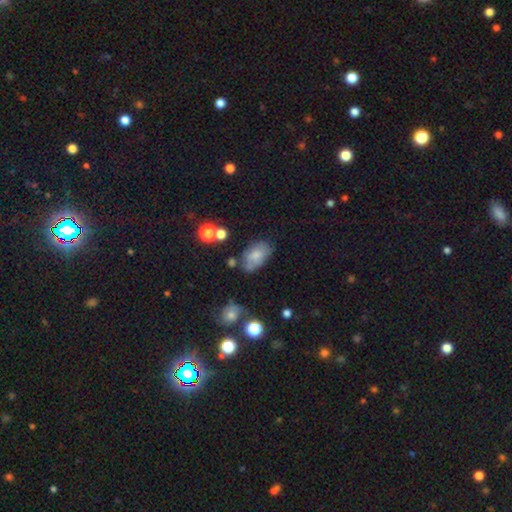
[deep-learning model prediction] Smooth or featured?
  - smooth: 66% *
  - featured or disk: 25%
  - star or artifact: 10%
How rounded?
  - in between: 91% *
  - round: 7%
  - cigar-shaped: 2%
Merging?
  - none: 53% *
  - minor disturbance: 28%
  - major disturbance: 11%
  - merger: 7%